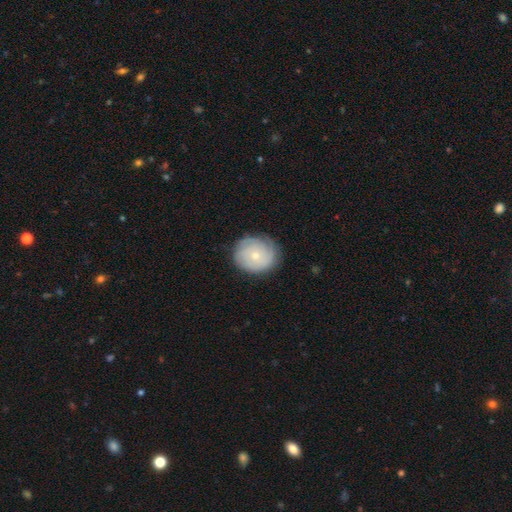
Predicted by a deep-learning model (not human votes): featured or disk 47%, smooth 45%, star or artifact 8%. Down the decision tree: merging — none (78%).